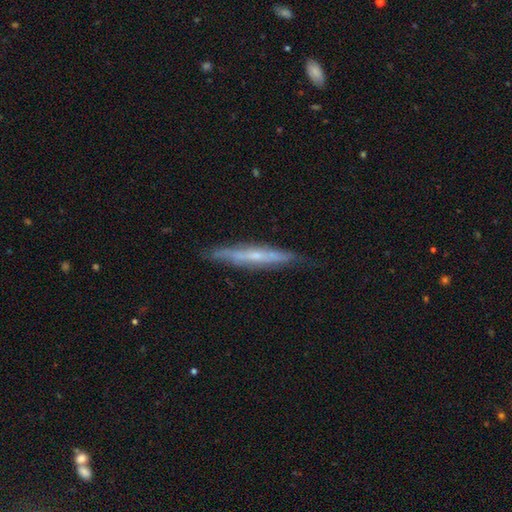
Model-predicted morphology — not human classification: smooth-or-featured: featured or disk: 63% | smooth: 31% | star or artifact: 6%
  disk-edge-on: yes: 90% | no: 10%
    edge-on-bulge: none: 49% | rounded: 46% | boxy: 5%
  merging: none: 83% | minor disturbance: 14% | major disturbance: 2% | merger: 1%